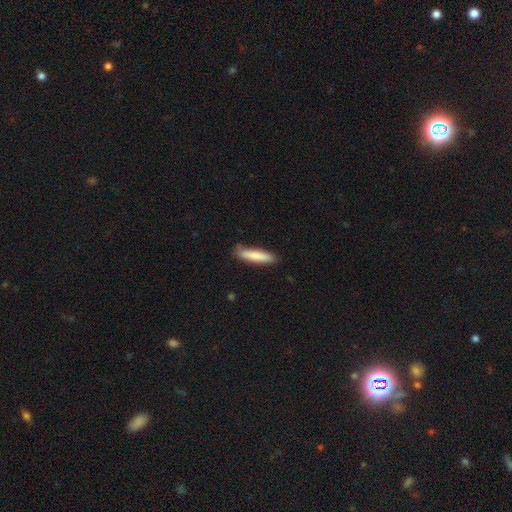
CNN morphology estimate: Smooth or featured?
  - smooth: 83% *
  - featured or disk: 12%
  - star or artifact: 5%
How rounded?
  - cigar-shaped: 84% *
  - in between: 15%
  - round: 1%
Merging?
  - none: 82% *
  - minor disturbance: 15%
  - major disturbance: 2%
  - merger: 1%